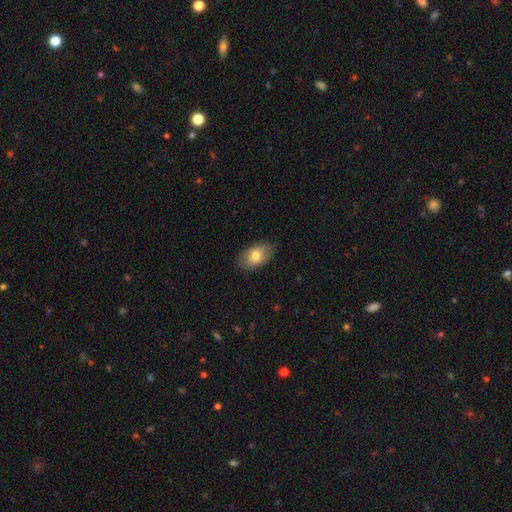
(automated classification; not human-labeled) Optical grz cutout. It shows a smooth galaxy with no disk features (76%) that is in between round and cigar-shaped (91%). Merging: none (85%).